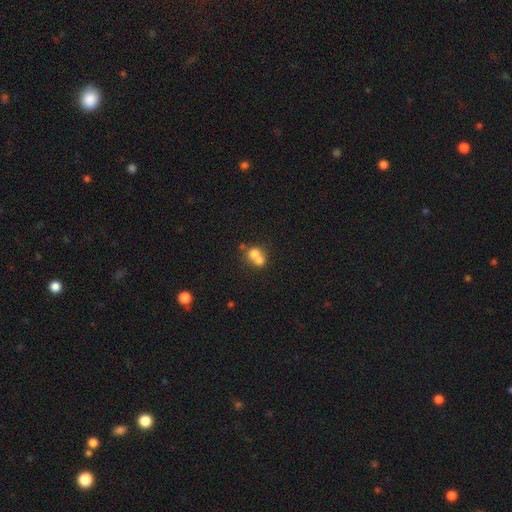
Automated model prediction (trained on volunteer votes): A smooth galaxy with no disk features (67%) that is round (72%).

Vote fractions:
- Smooth or featured? smooth: 67% / featured or disk: 21% / star or artifact: 12%
- How rounded? round: 72% / in between: 27% / cigar-shaped: 1%
- Merging? merger: 67% / none: 25% / minor disturbance: 5% / major disturbance: 3%